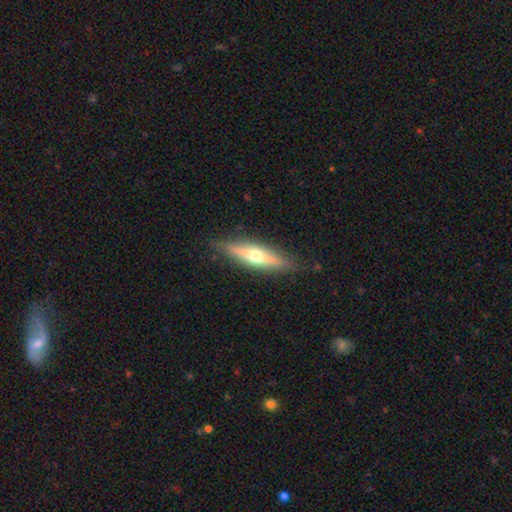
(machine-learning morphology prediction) This appears to be a featured or disk galaxy (63%) viewed edge-on (94%) with a rounded central bulge (92%). Merging: none (88%).